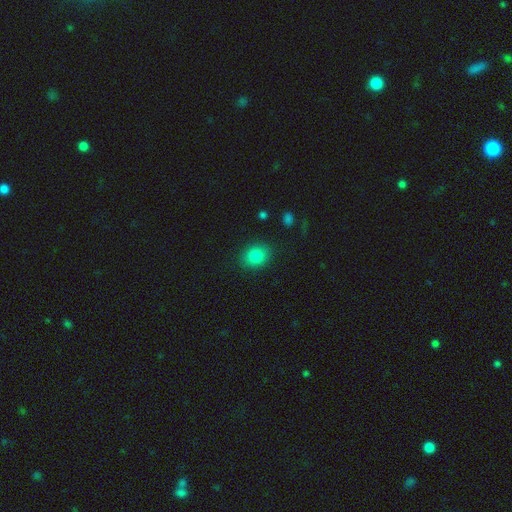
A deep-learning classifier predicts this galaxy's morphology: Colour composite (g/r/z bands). It shows a smooth galaxy with no disk features (83%) that is round (51%). Merging: none (86%).